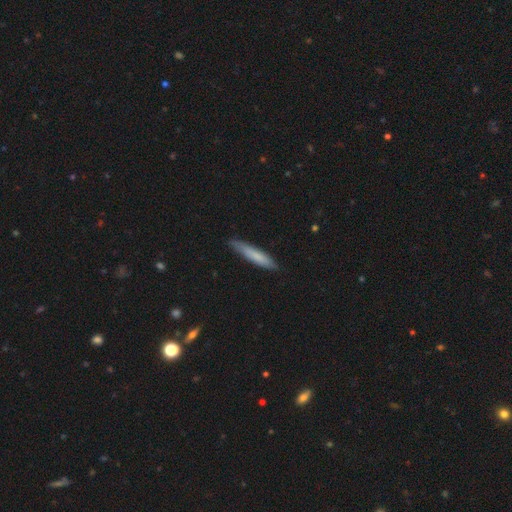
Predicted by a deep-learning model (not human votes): Q: Smooth or featured?
A: smooth (73%); runner-up: featured or disk (22%)
Q: How rounded?
A: cigar-shaped (91%); runner-up: in between (8%)
Q: Merging?
A: none (82%); runner-up: minor disturbance (15%)